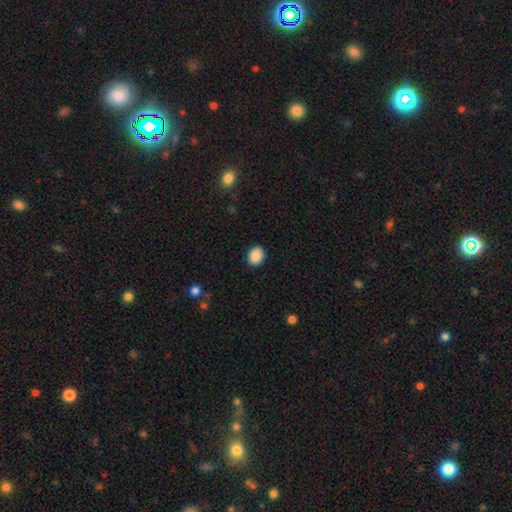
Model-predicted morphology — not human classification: Smooth or featured?
  - smooth: 89% *
  - star or artifact: 8%
  - featured or disk: 3%
How rounded?
  - round: 54% *
  - in between: 45%
  - cigar-shaped: 1%
Merging?
  - none: 90% *
  - minor disturbance: 7%
  - major disturbance: 2%
  - merger: 1%